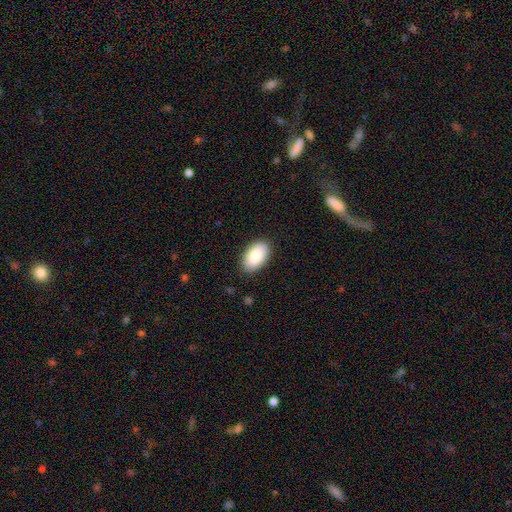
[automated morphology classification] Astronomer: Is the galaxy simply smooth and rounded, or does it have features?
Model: smooth — 88%.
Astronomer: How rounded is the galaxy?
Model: in between — 95%.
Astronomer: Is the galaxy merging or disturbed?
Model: none — 88%.